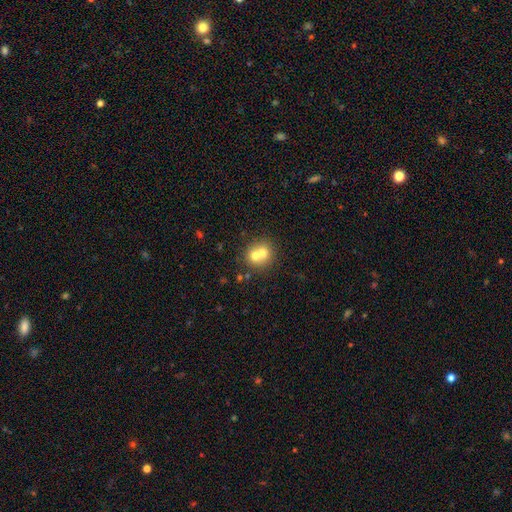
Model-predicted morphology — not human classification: The model was most divided on "merging": merger: 61%, none: 32%, minor disturbance: 5%, major disturbance: 2%. More confident: how rounded — round (83%); smooth or featured — smooth (66%).